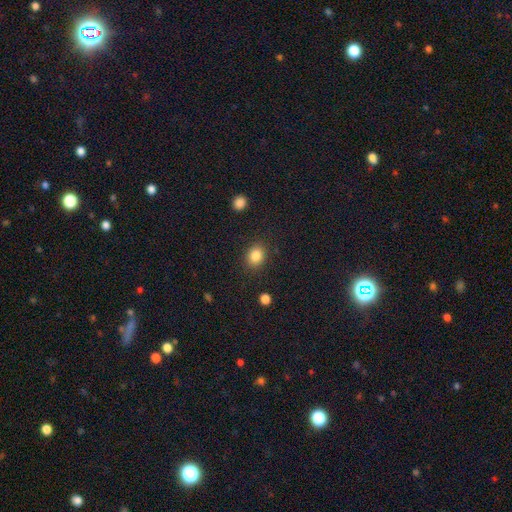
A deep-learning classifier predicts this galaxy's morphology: type=smooth (85%); roundness=round (61%); merging=none (87%).